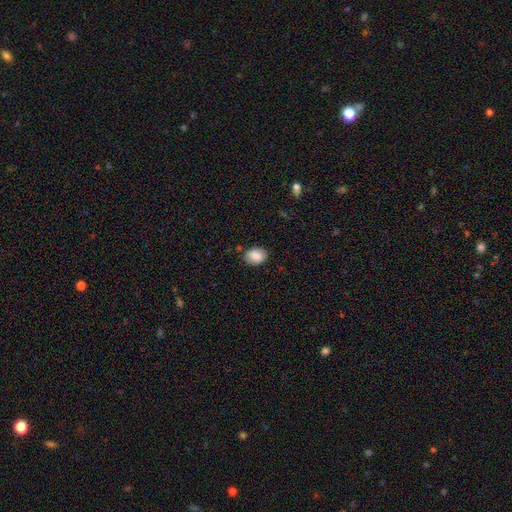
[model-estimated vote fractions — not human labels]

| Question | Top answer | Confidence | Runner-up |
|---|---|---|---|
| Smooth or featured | smooth | 86% | star or artifact (7%) |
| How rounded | in between | 72% | round (27%) |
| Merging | none | 82% | minor disturbance (13%) |